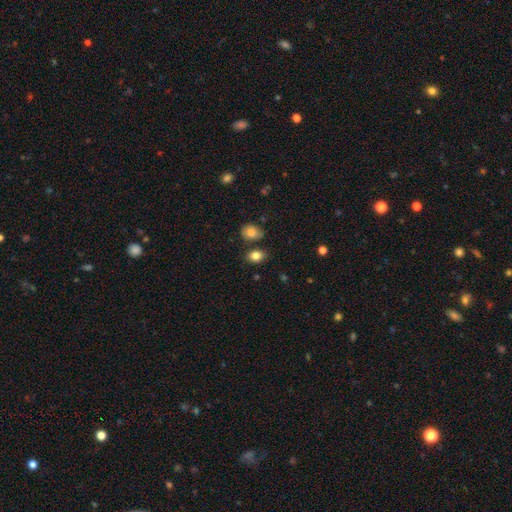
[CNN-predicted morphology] The model was most divided on "how rounded": in between: 75%, round: 24%, cigar-shaped: 1%. More confident: smooth or featured — smooth (83%); merging — none (75%).